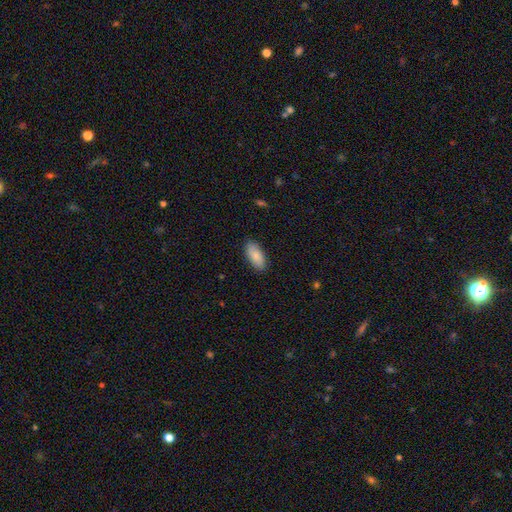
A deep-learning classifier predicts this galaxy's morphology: The model was most divided on "how rounded": in between: 88%, cigar-shaped: 10%, round: 2%. More confident: merging — none (88%); smooth or featured — smooth (86%).